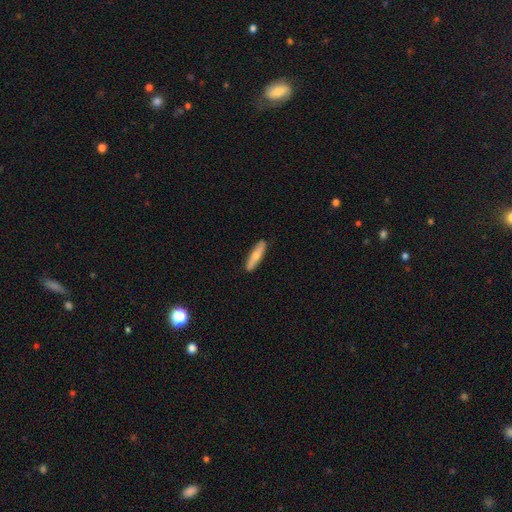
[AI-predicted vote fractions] Smooth or featured?
  - smooth: 62% *
  - featured or disk: 33%
  - star or artifact: 5%
How rounded?
  - cigar-shaped: 80% *
  - in between: 18%
  - round: 2%
Merging?
  - none: 88% *
  - minor disturbance: 9%
  - major disturbance: 2%
  - merger: 1%